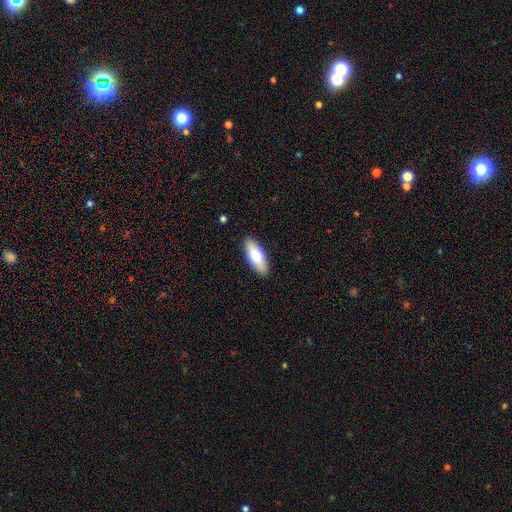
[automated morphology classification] Smooth or featured? smooth (69%)
How rounded? in between (74%)
Merging? none (89%)